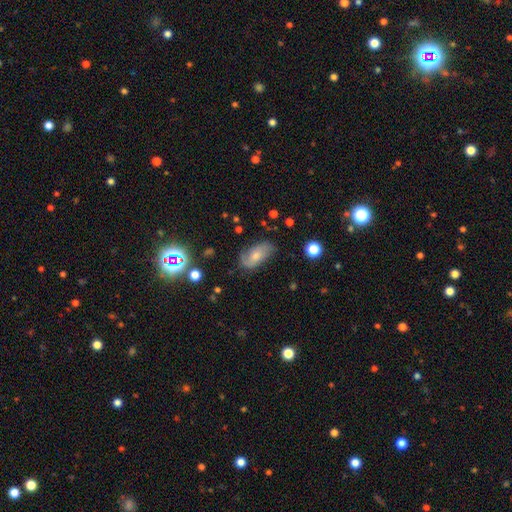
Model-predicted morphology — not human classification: Smooth or featured? Predicted: featured or disk (p=0.49). Merging? Predicted: none (p=0.62).